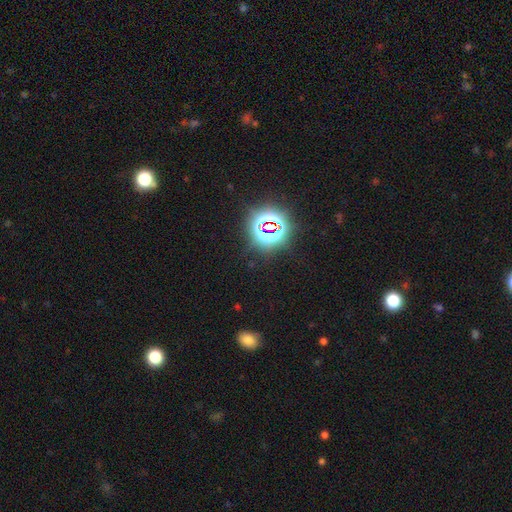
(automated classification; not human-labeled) This is likely a star or artifact rather than a galaxy (77%).